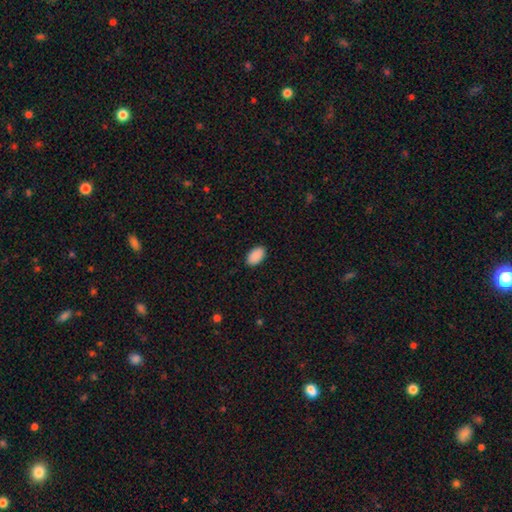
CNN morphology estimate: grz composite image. It shows a smooth galaxy with no disk features (91%) that is in between round and cigar-shaped (94%). Merging: none (90%).